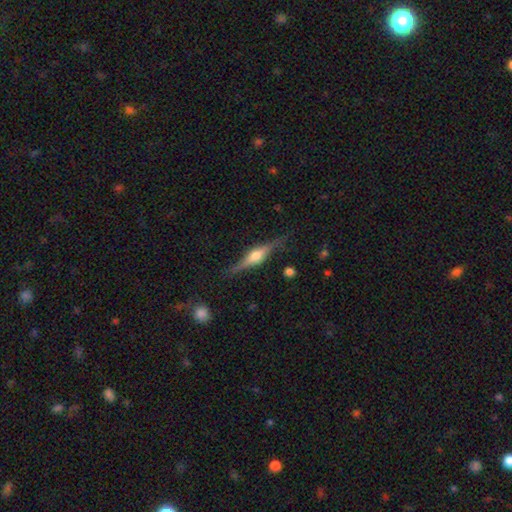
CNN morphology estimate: smooth-or-featured: featured or disk: 77% | smooth: 17% | star or artifact: 6%
  disk-edge-on: yes: 96% | no: 4%
    edge-on-bulge: rounded: 89% | boxy: 9% | none: 2%
  merging: none: 83% | minor disturbance: 13% | major disturbance: 3% | merger: 2%